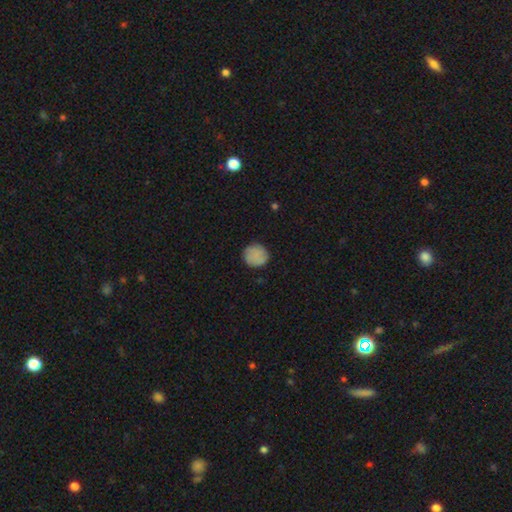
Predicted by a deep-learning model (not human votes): The model was most divided on "merging": none: 84%, minor disturbance: 12%, major disturbance: 3%, merger: 1%. More confident: how rounded — round (90%); smooth or featured — smooth (85%).